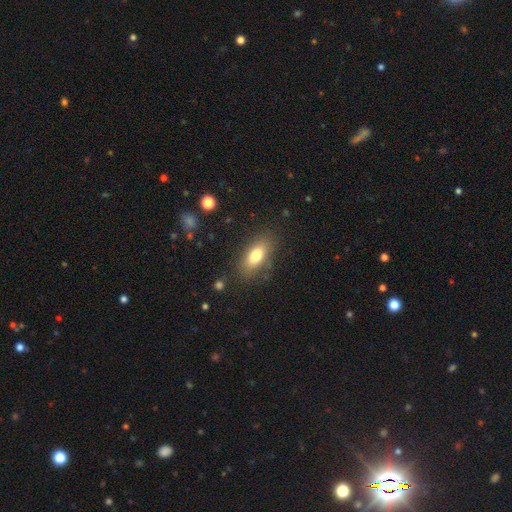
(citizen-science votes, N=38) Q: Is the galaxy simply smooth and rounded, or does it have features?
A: smooth — 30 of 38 (79%).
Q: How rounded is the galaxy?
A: in between — 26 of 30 (87%).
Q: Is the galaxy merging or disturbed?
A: none — 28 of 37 (76%).